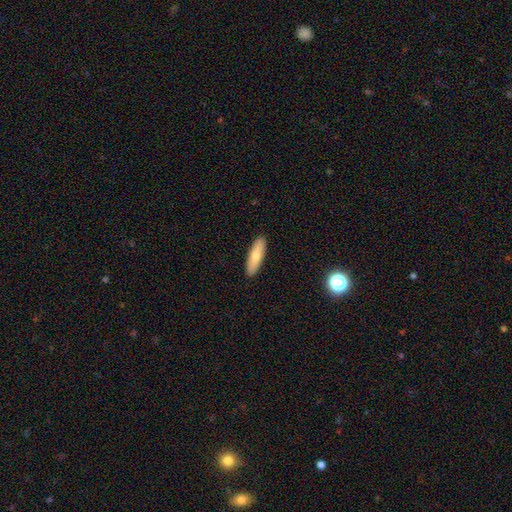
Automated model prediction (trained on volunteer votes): smooth 71%, featured or disk 23%, star or artifact 6%. Down the decision tree: how rounded — cigar-shaped (59%); merging — none (91%).